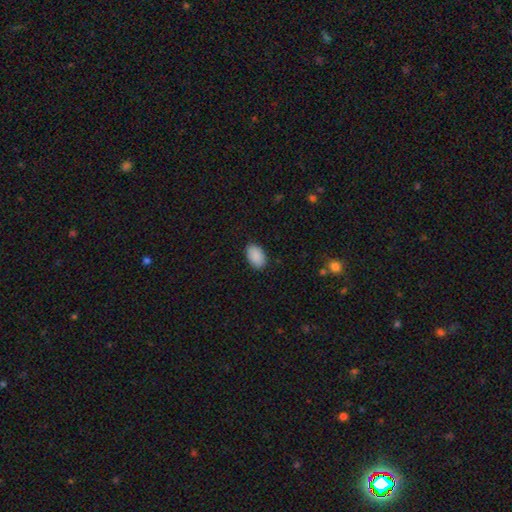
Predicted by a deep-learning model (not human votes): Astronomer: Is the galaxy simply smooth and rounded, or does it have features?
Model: smooth — 91%.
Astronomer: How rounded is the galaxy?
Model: in between — 93%.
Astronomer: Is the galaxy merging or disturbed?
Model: none — 88%.